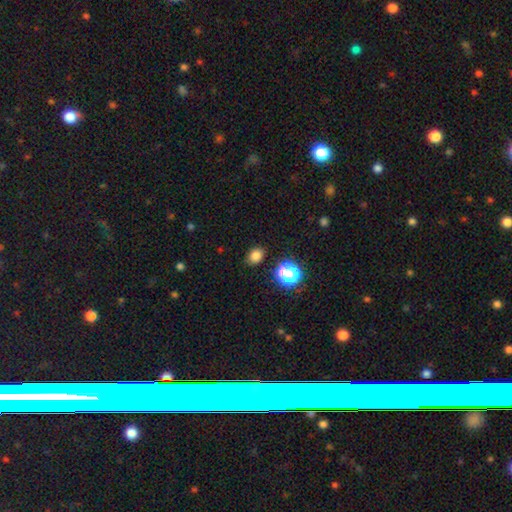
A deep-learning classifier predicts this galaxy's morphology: Overall: smooth (78%). How rounded: in between (53%; round 46%). Merging: none (85%).